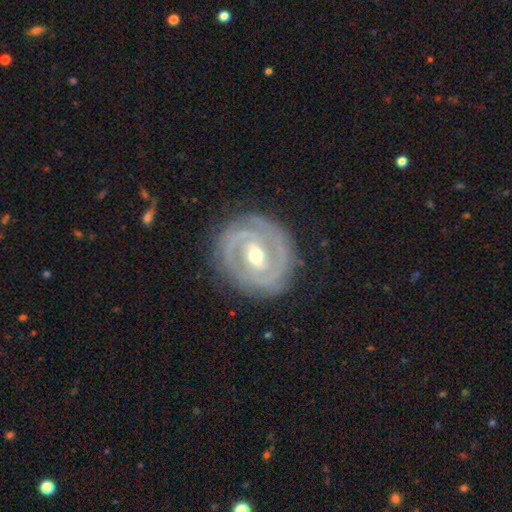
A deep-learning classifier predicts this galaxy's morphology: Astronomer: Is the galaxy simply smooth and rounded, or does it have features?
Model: featured or disk — 88%.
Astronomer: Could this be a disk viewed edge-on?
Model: no — 97%.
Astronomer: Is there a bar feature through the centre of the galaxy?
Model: weak — 44% (runner-up: no, 30%).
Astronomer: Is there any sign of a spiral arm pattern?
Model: yes — 94%.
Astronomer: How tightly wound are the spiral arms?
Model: tight — 72%.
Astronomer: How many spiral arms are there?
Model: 2 — 55%.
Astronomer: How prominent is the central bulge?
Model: moderate — 68%.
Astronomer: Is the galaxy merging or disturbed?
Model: none — 82%.